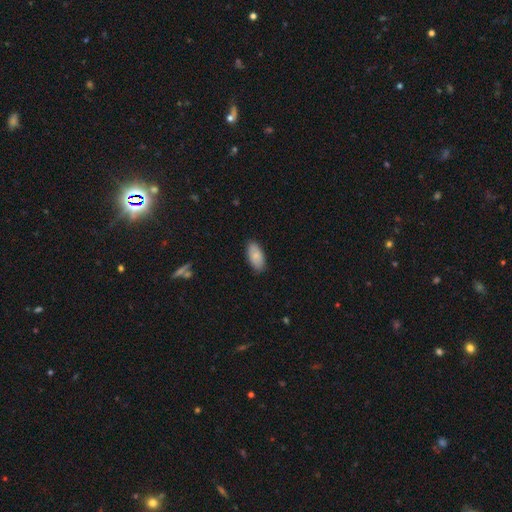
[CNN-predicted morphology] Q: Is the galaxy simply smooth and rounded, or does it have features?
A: smooth — 83%.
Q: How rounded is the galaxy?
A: in between — 93%.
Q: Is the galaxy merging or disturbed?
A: none — 86%.